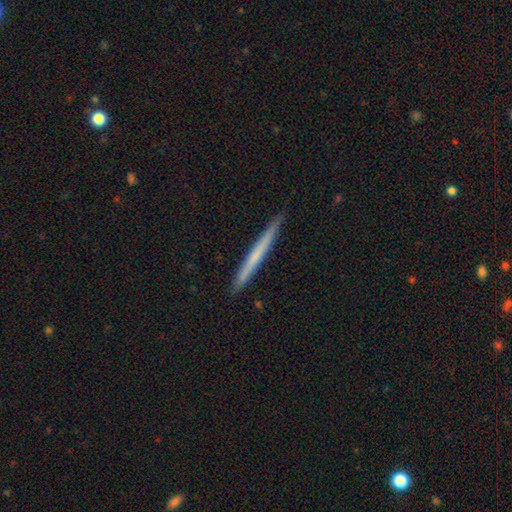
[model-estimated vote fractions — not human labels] A smooth galaxy with no disk features (50%) that is cigar-shaped (97%). Merging: none (92%).